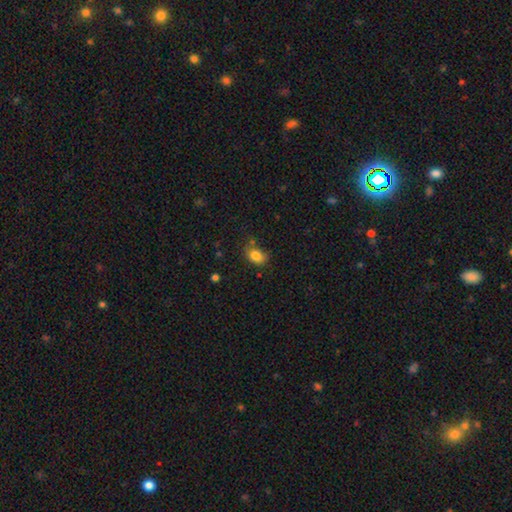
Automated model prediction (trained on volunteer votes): A smooth galaxy with no disk features (83%) that is in between round and cigar-shaped (73%). Merging: none (67%).